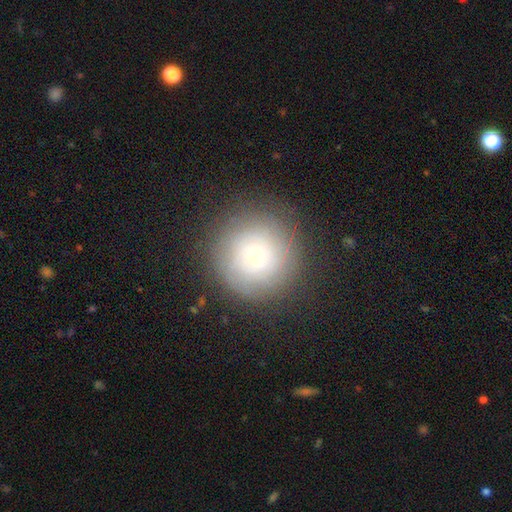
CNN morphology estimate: Q: Smooth or featured?
A: smooth (59%); runner-up: featured or disk (26%)
Q: How rounded?
A: round (95%); runner-up: in between (4%)
Q: Merging?
A: none (85%); runner-up: minor disturbance (9%)